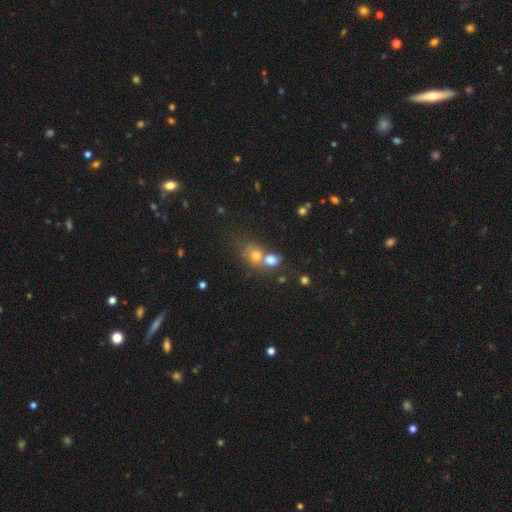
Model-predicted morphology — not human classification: Smooth or featured?
  - smooth: 73% *
  - star or artifact: 14%
  - featured or disk: 14%
How rounded?
  - round: 56% *
  - in between: 43%
  - cigar-shaped: 2%
Merging?
  - merger: 56% *
  - none: 29%
  - minor disturbance: 9%
  - major disturbance: 6%